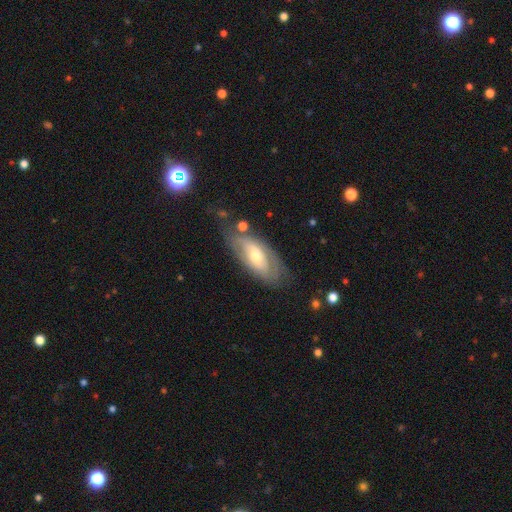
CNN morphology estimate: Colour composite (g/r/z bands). It shows a featured or disk galaxy (60%) with no bar (57%), spiral arms (61%) and a moderate central bulge (58%). Merging: none (62%).